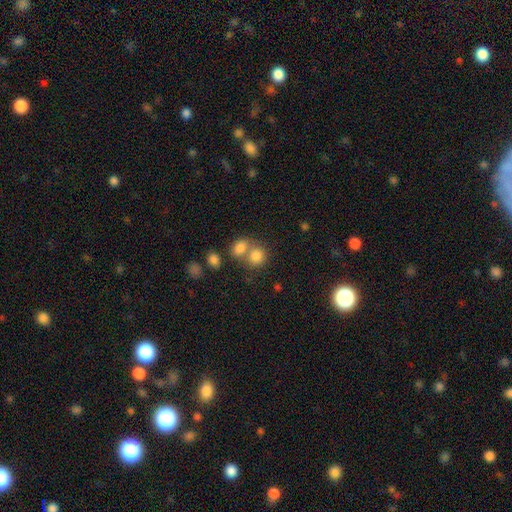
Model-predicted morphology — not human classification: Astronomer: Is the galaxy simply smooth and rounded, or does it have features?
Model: smooth — 80%.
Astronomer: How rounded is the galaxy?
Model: round — 70%.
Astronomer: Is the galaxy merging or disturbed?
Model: merger — 50% (runner-up: none, 38%).